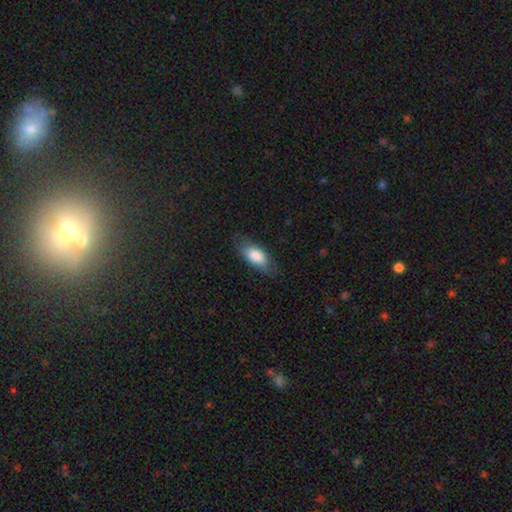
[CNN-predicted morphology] smooth 81%, featured or disk 12%, star or artifact 6%. Down the decision tree: how rounded — in between (85%); merging — none (73%).